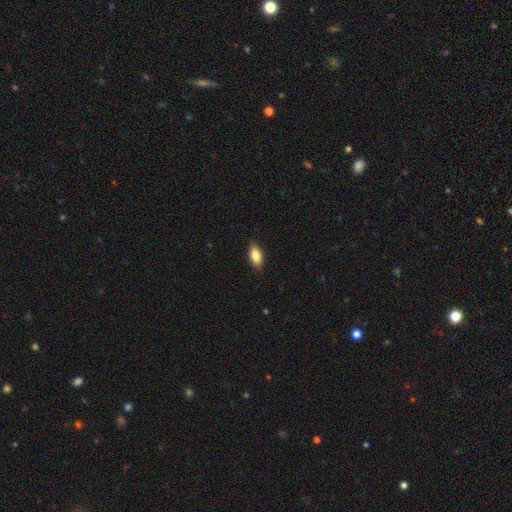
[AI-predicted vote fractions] smooth 82%, featured or disk 11%, star or artifact 7%. Down the decision tree: how rounded — in between (87%); merging — none (86%).